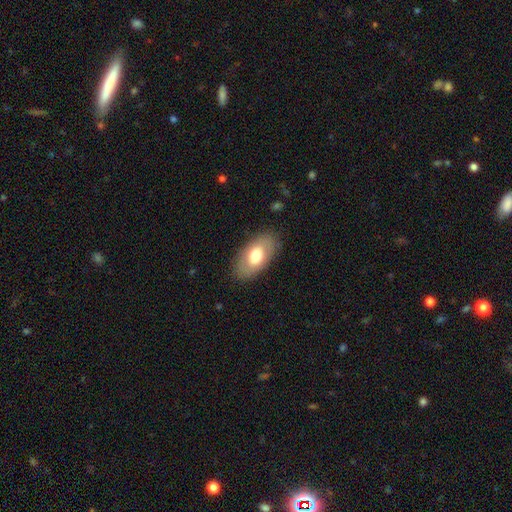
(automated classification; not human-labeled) Smooth or featured? Predicted: smooth (p=0.66). How rounded? Predicted: in between (p=0.93). Merging? Predicted: none (p=0.83).